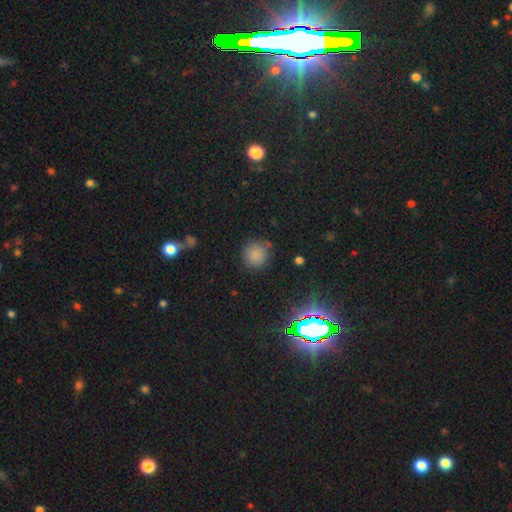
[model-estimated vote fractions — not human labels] Morphology: type=smooth (79%); roundness=round (92%); merging=none (81%).